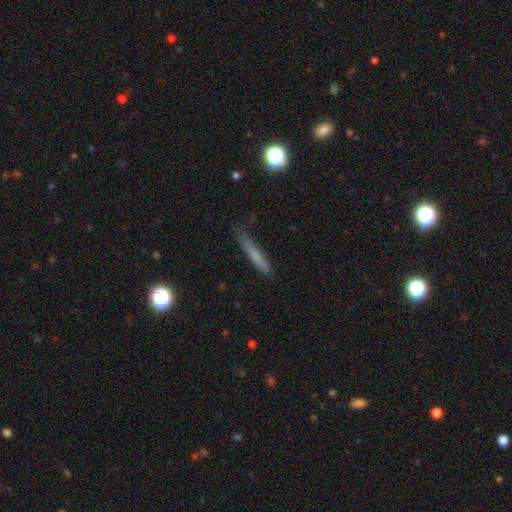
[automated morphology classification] A smooth galaxy with no disk features (68%) that is cigar-shaped (94%). Merging: none (79%).